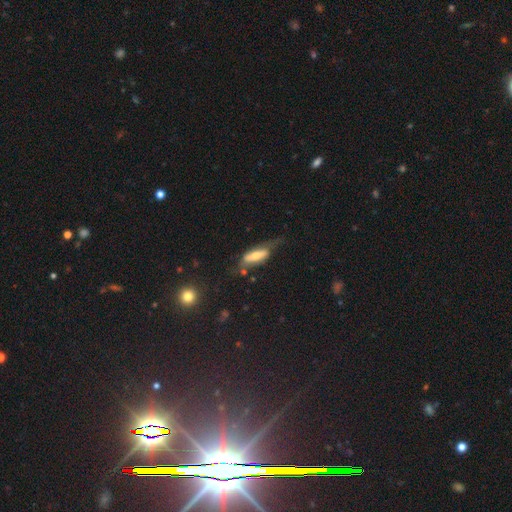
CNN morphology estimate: Overall: smooth (52%; featured or disk 41%). How rounded: in between (58%; cigar-shaped 40%). Merging: none (38%; minor disturbance 29%).